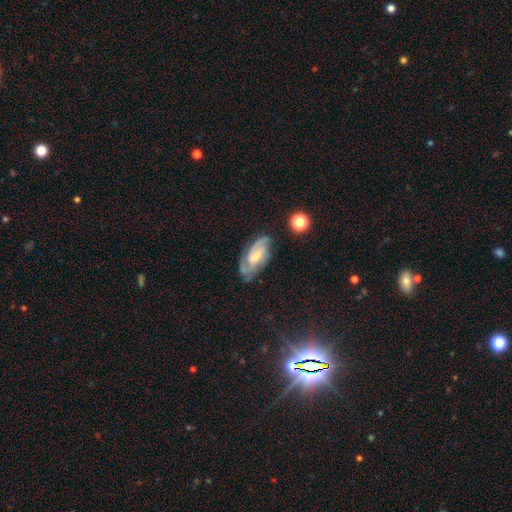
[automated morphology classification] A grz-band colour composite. It shows a featured or disk galaxy (77%) with no bar (44%, tied with weak), 2 (48%) tight (47%) spiral arms (95%) and a moderate central bulge (35%). Merging: none (70%).